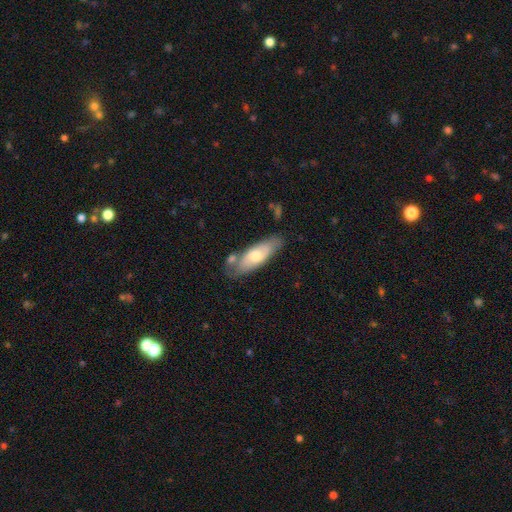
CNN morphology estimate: The model was most divided on "smooth or featured": smooth: 57%, featured or disk: 37%, star or artifact: 6%. More confident: merging — none (65%); how rounded — in between (60%).